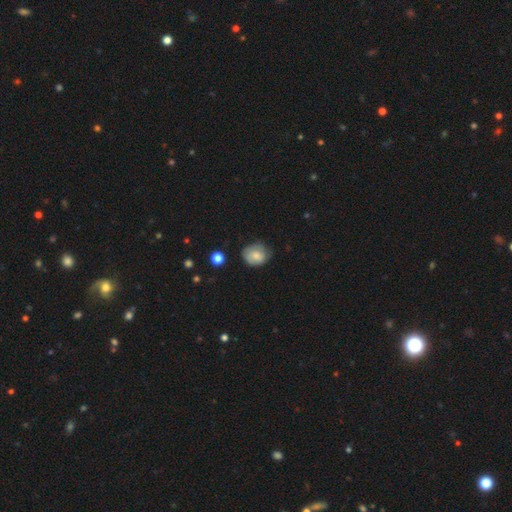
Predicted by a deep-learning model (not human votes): Smooth or featured?
  - smooth: 73% *
  - featured or disk: 19%
  - star or artifact: 8%
How rounded?
  - round: 64% *
  - in between: 35%
  - cigar-shaped: 1%
Merging?
  - none: 55% *
  - minor disturbance: 35%
  - major disturbance: 8%
  - merger: 2%